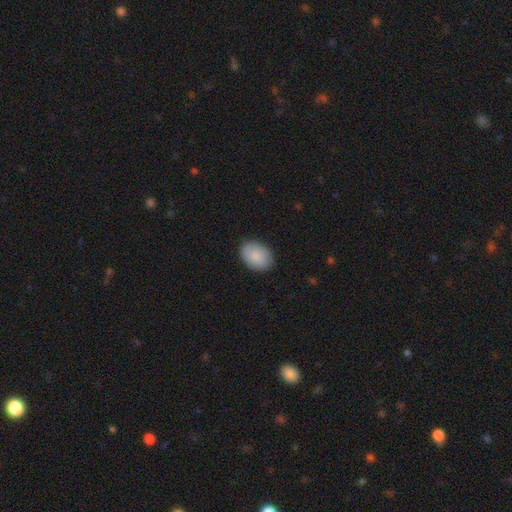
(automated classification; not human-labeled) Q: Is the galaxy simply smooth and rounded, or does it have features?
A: smooth — 87%.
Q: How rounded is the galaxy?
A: in between — 83%.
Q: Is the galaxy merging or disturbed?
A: none — 86%.